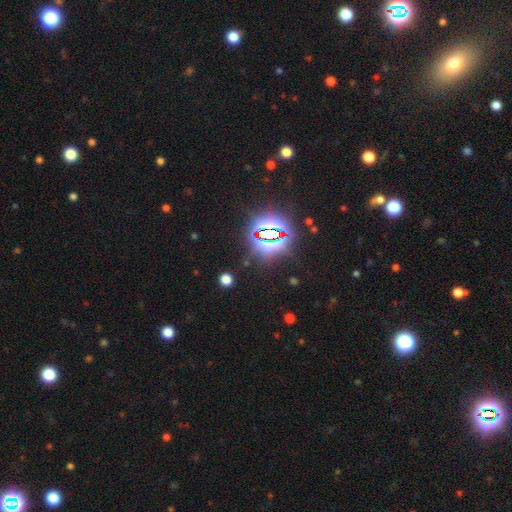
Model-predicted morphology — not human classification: This is clearly a star or artifact rather than a galaxy (83%).